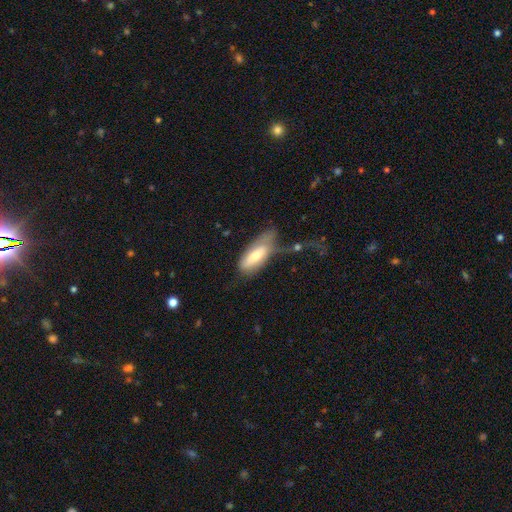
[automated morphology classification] A smooth galaxy with no disk features (64%) that is in between round and cigar-shaped (76%). Merging: major disturbance (34%).